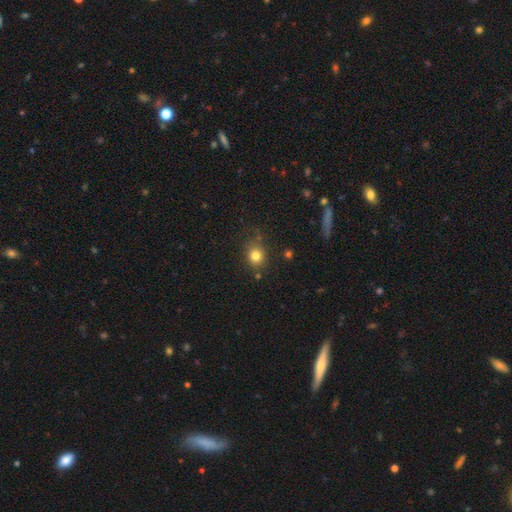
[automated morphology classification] smooth_or_featured: smooth (p=0.80) [alt: star or artifact p=0.13]
how_rounded: round (p=0.75) [alt: in between p=0.24]
merging: none (p=0.77) [alt: minor disturbance p=0.14]